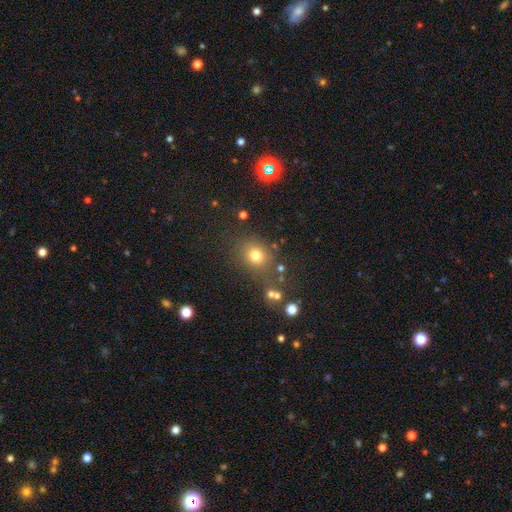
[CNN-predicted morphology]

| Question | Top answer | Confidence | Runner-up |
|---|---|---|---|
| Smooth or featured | smooth | 74% | star or artifact (17%) |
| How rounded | round | 64% | in between (34%) |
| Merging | none | 74% | minor disturbance (13%) |